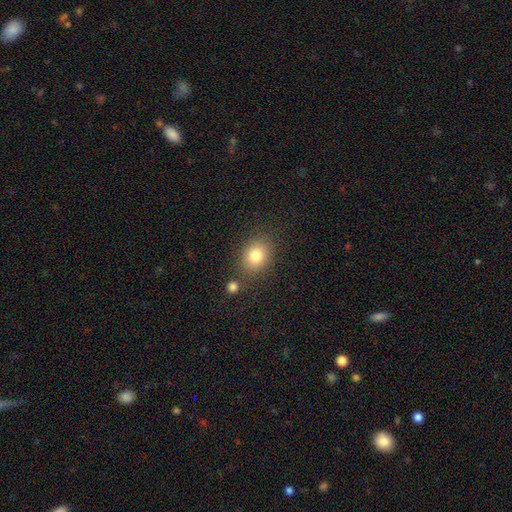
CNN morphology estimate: smooth_or_featured: smooth (p=0.81) [alt: star or artifact p=0.10]
how_rounded: in between (p=0.53) [alt: round p=0.45]
merging: none (p=0.76) [alt: minor disturbance p=0.12]